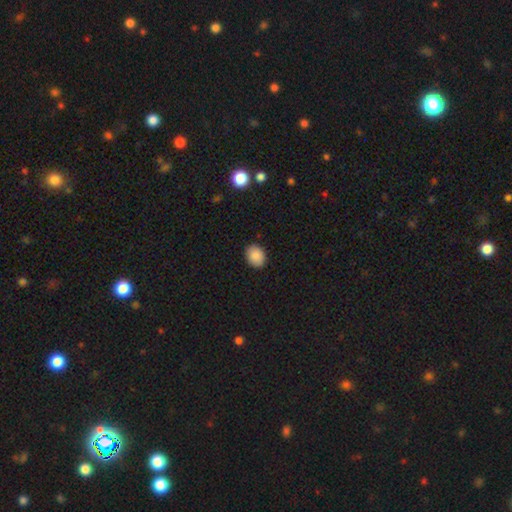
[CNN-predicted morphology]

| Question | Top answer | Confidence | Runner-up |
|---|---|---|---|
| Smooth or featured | smooth | 88% | star or artifact (8%) |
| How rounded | in between | 58% | round (41%) |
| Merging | none | 89% | minor disturbance (8%) |